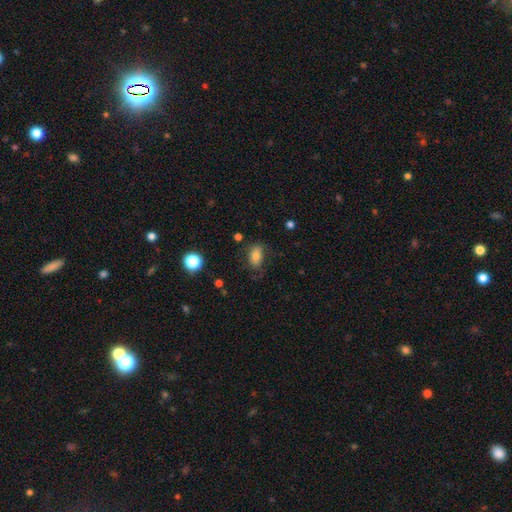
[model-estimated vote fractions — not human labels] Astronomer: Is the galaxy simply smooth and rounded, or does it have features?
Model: smooth — 78%.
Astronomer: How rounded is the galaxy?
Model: in between — 87%.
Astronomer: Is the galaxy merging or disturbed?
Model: none — 69%.